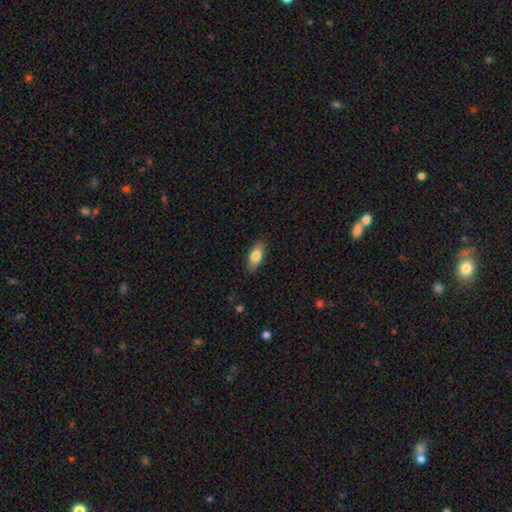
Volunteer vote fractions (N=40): Morphology: type=smooth (75%); roundness=in between (93%); merging=none (82%).